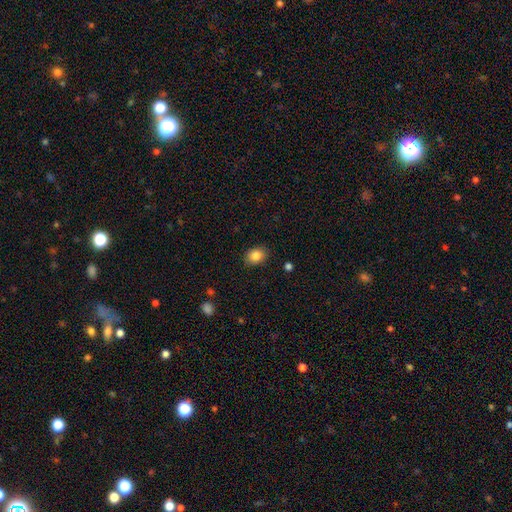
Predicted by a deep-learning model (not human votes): smooth_or_featured: smooth (p=0.85) [alt: star or artifact p=0.09]
how_rounded: in between (p=0.61) [alt: round p=0.38]
merging: none (p=0.86) [alt: minor disturbance p=0.10]